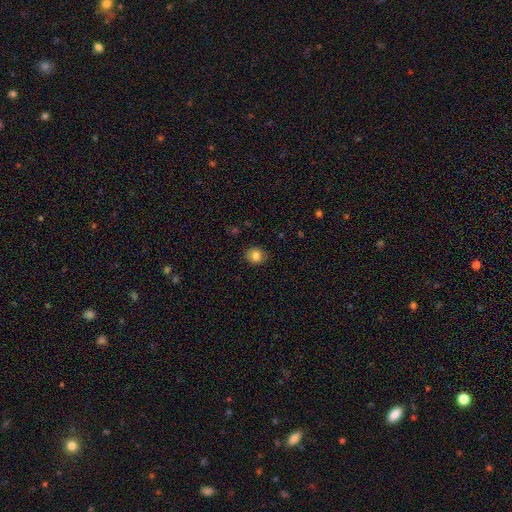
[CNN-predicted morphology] smooth 83%, star or artifact 10%, featured or disk 7%. Down the decision tree: how rounded — round (79%); merging — none (87%).